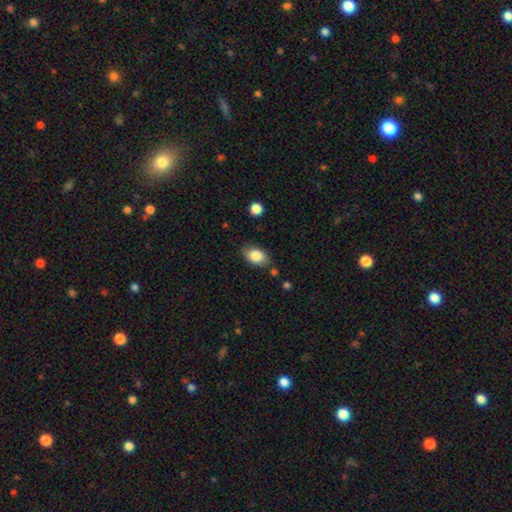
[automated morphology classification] Smooth or featured: smooth — 84% (featured or disk — 9%)
How rounded: in between — 89% (round — 10%)
Merging: none — 78% (minor disturbance — 16%)